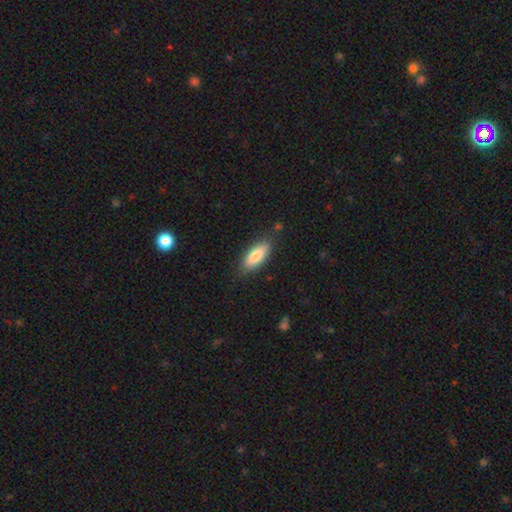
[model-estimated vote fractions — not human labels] The model was most divided on "how rounded": in between: 74%, cigar-shaped: 24%, round: 2%. More confident: merging — none (83%); smooth or featured — smooth (79%).